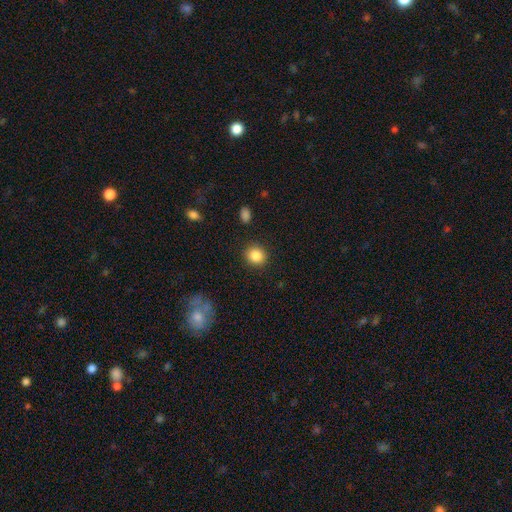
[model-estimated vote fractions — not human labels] Smooth or featured: smooth — 86% (star or artifact — 10%)
How rounded: round — 82% (in between — 17%)
Merging: none — 89% (minor disturbance — 7%)